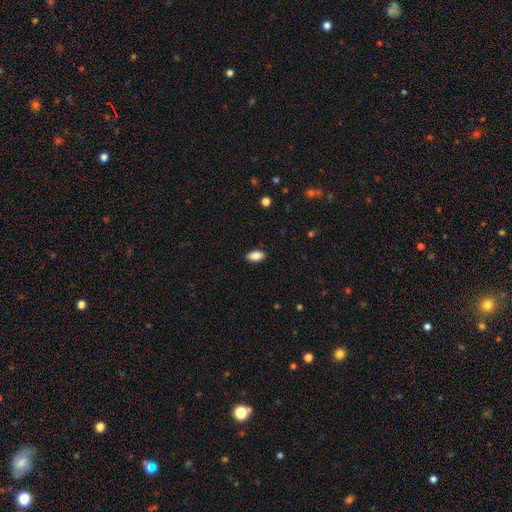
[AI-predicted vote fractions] Smooth or featured? Predicted: smooth (p=0.87). How rounded? Predicted: in between (p=0.92). Merging? Predicted: none (p=0.88).